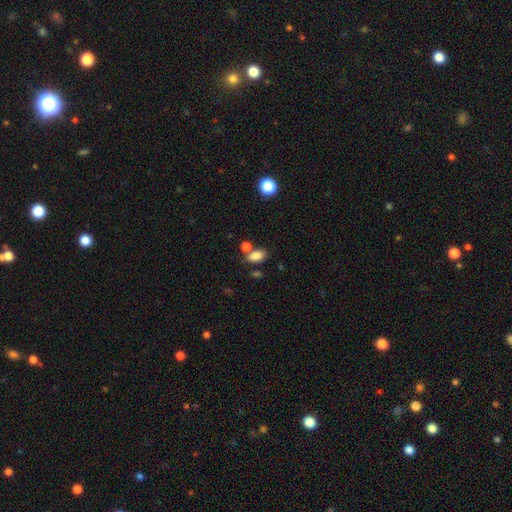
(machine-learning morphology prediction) Smooth or featured?
  - smooth: 84% *
  - star or artifact: 10%
  - featured or disk: 6%
How rounded?
  - in between: 87% *
  - round: 10%
  - cigar-shaped: 2%
Merging?
  - none: 59% *
  - merger: 24%
  - minor disturbance: 13%
  - major disturbance: 4%